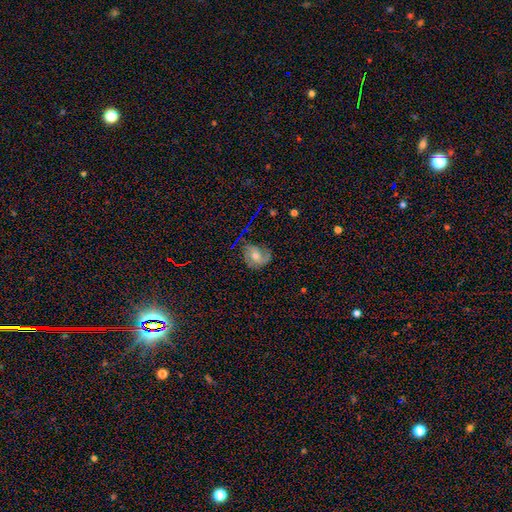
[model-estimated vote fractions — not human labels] This is possibly a featured or disk galaxy (60%). It is clearly not viewed edge-on (96%). Bar: possibly no (60%). Spiral arm pattern: clearly yes (88%). Spiral arm count: possibly 2 (58%). Spiral winding: marginally medium (43%). Central bulge: likely moderate (66%). Merging: possibly none (59%).